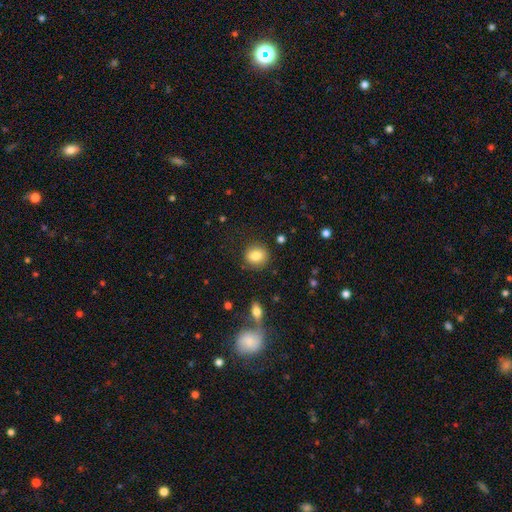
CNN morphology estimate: smooth-or-featured: smooth: 83% | star or artifact: 9% | featured or disk: 8%
  how-rounded: round: 77% | in between: 21% | cigar-shaped: 1%
  merging: none: 86% | minor disturbance: 9% | major disturbance: 3% | merger: 2%